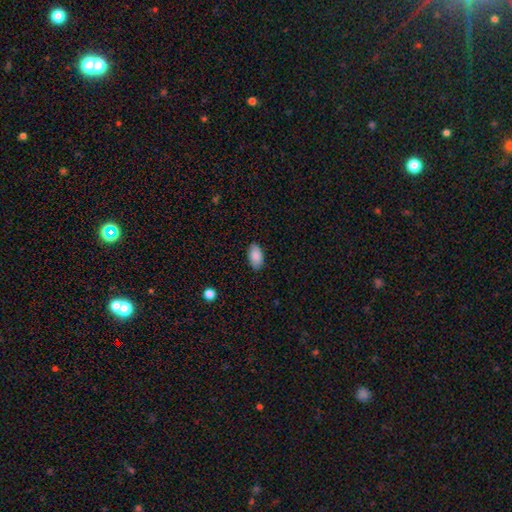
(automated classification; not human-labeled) smooth-or-featured: smooth: 87% | star or artifact: 7% | featured or disk: 6%
  how-rounded: in between: 93% | round: 5% | cigar-shaped: 2%
  merging: none: 87% | minor disturbance: 10% | major disturbance: 2% | merger: 1%